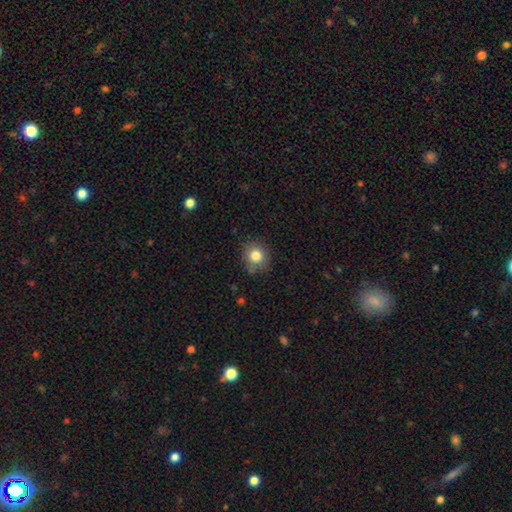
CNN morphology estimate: smooth-or-featured: smooth: 81% | star or artifact: 11% | featured or disk: 8%
  how-rounded: round: 84% | in between: 15% | cigar-shaped: 1%
  merging: none: 83% | minor disturbance: 13% | major disturbance: 3% | merger: 2%